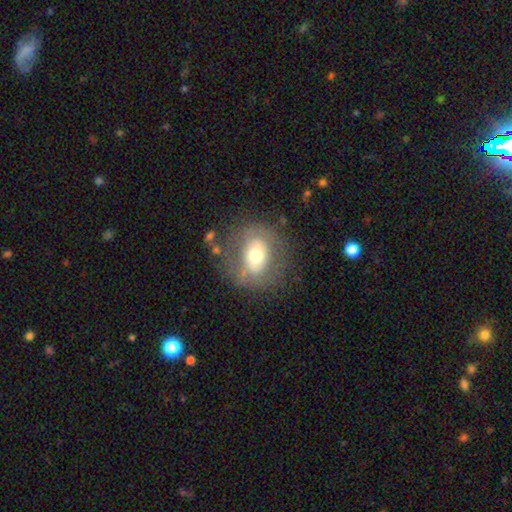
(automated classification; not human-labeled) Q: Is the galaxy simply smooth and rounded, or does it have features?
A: smooth — 47%.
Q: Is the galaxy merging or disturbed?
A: none — 69%.